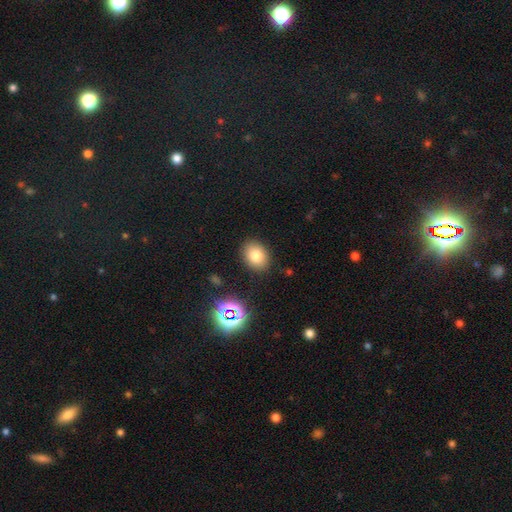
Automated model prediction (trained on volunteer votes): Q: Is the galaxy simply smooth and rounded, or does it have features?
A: smooth — 79%.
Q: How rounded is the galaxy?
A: in between — 63%.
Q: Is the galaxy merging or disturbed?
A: none — 87%.